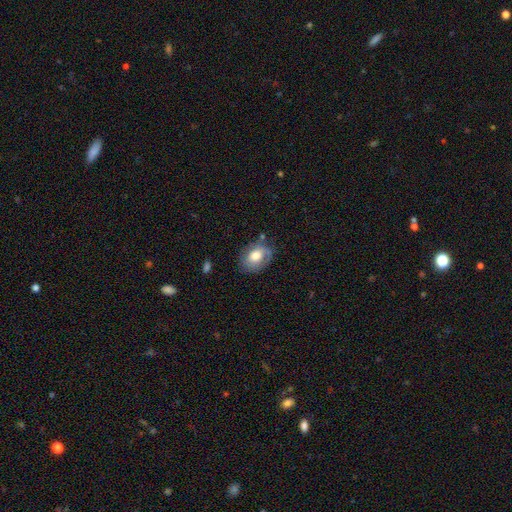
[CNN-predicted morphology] The model was most divided on "smooth or featured": smooth: 47%, featured or disk: 46%, star or artifact: 7%. More confident: merging — none (67%).